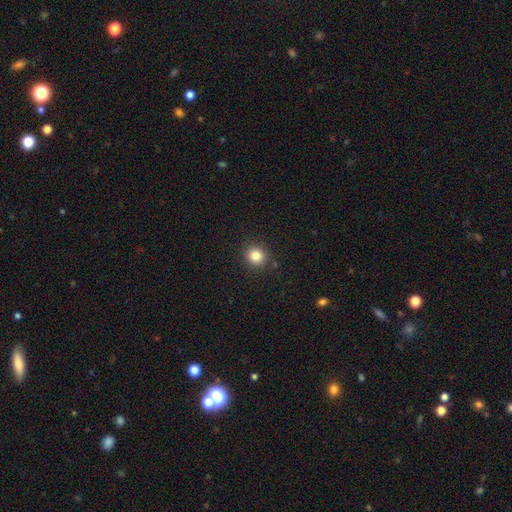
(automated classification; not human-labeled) A smooth galaxy with no disk features (84%) that is round (91%). Merging: none (89%).